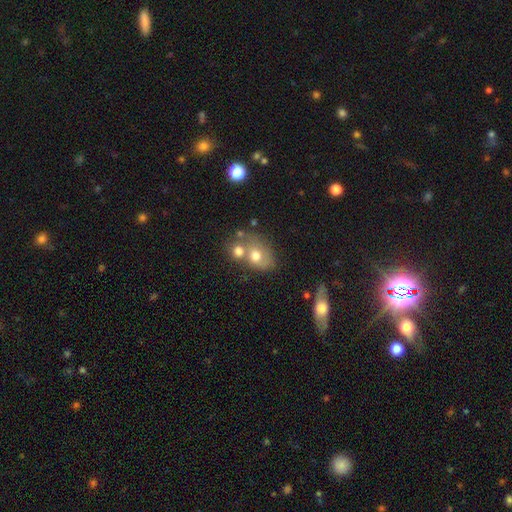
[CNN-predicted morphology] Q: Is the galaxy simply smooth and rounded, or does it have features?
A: smooth — 65%.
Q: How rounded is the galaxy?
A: in between — 54%.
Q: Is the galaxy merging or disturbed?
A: merger — 50%.